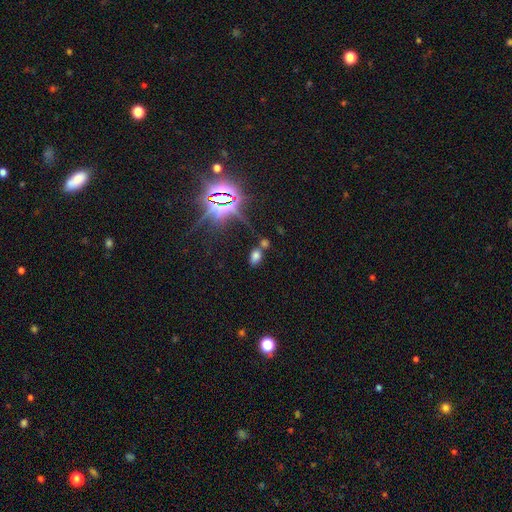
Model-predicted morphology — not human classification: smooth 61%, star or artifact 29%, featured or disk 9%. Down the decision tree: how rounded — in between (88%); merging — none (61%).